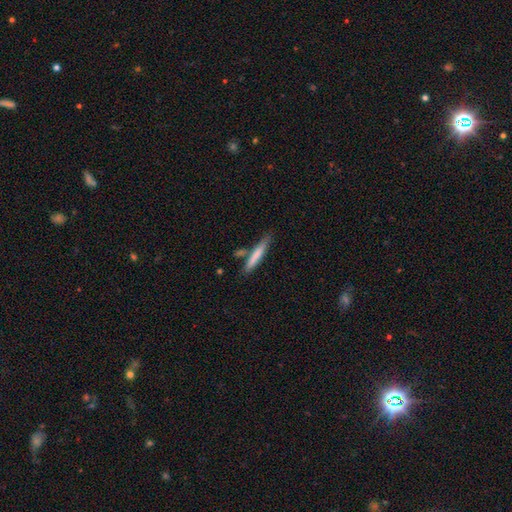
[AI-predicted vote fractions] Morphology: type=smooth (72%); roundness=cigar-shaped (93%); merging=none (73%).